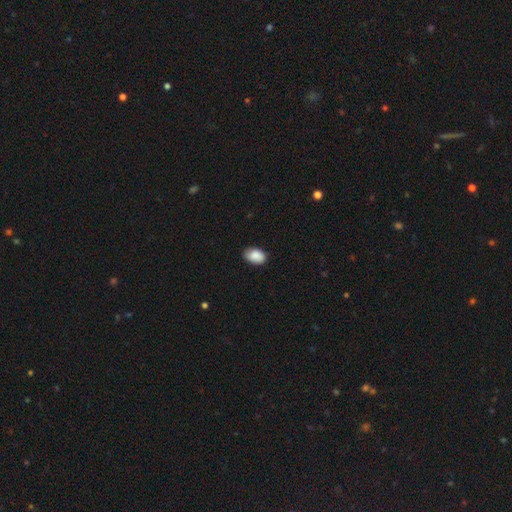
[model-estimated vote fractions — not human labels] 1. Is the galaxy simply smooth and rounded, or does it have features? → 88% smooth, 7% star or artifact, 5% featured or disk.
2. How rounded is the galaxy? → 89% in between, 10% round, 1% cigar-shaped.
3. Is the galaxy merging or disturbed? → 84% none, 12% minor disturbance, 2% major disturbance, 1% merger.